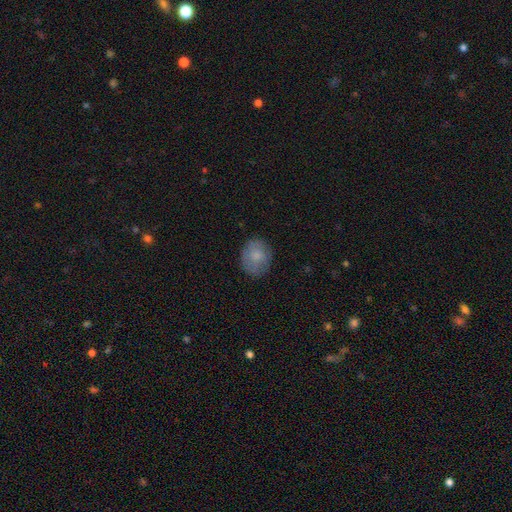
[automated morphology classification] This is likely a smooth galaxy (79%). How rounded: likely round (68%). Merging: likely none (80%).